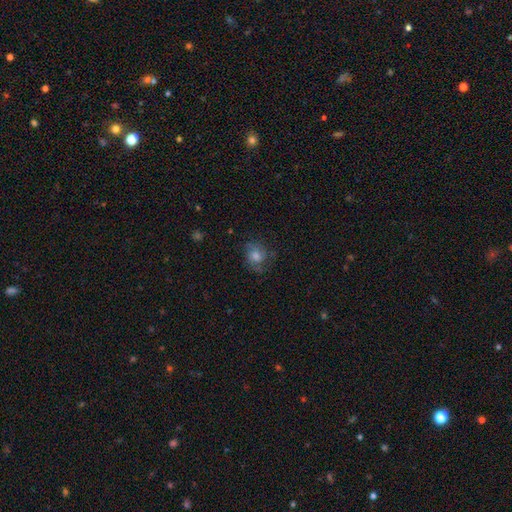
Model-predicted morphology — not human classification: Overall: featured or disk (50%; smooth 35%). Merging: none (68%).